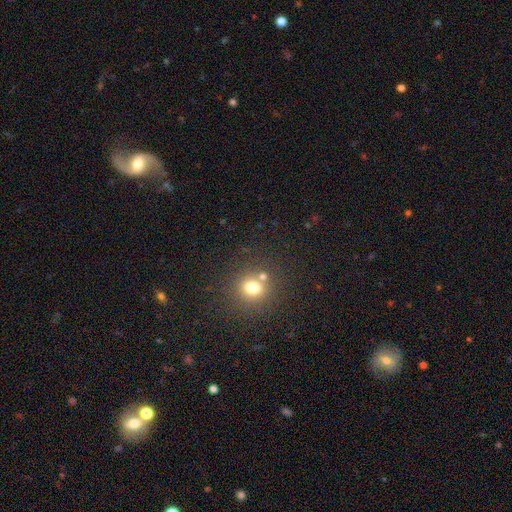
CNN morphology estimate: Smooth or featured?
  - smooth: 51% *
  - star or artifact: 33%
  - featured or disk: 15%
How rounded?
  - round: 91% *
  - in between: 8%
  - cigar-shaped: 1%
Merging?
  - none: 83% *
  - minor disturbance: 8%
  - merger: 5%
  - major disturbance: 4%